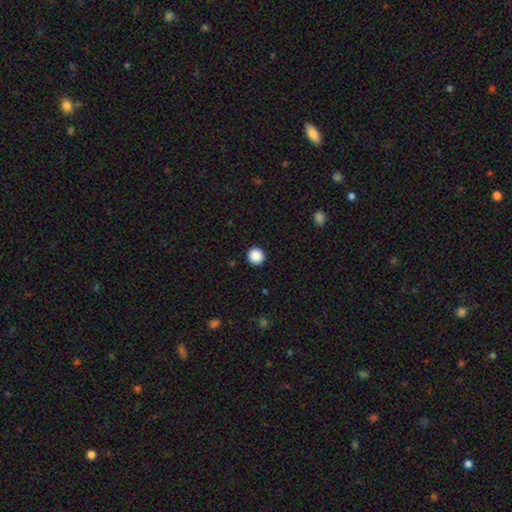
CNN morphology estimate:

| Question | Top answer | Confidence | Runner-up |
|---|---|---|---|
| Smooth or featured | smooth | 89% | star or artifact (9%) |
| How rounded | round | 96% | in between (4%) |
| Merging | none | 93% | minor disturbance (4%) |